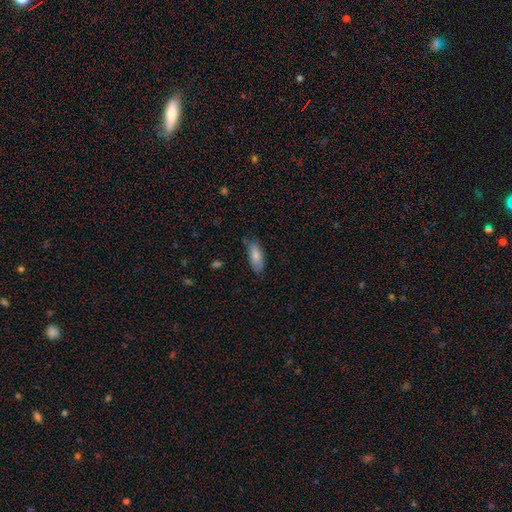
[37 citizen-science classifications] Volunteers were most divided on "how rounded": in between: 73%, cigar-shaped: 27%, round: 0%. More confident: smooth or featured — smooth (89%); merging — none (71%).